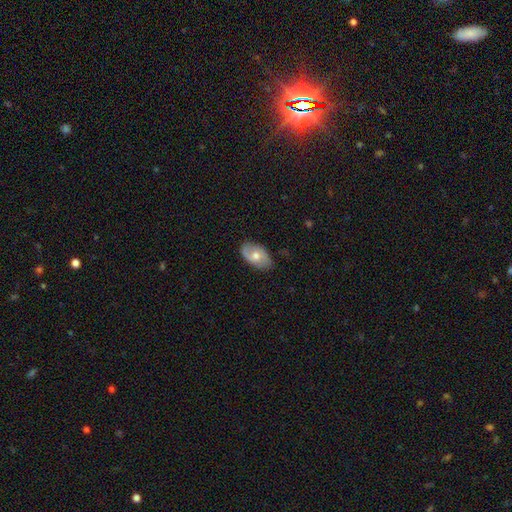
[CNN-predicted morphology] This appears to be a smooth galaxy with no disk features (51%) that is in between round and cigar-shaped (91%). Merging: none (79%).